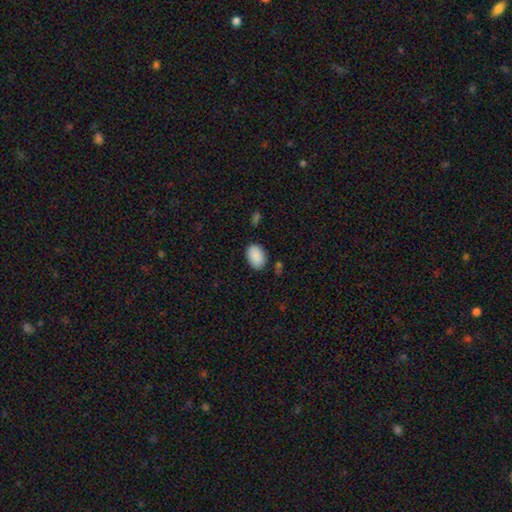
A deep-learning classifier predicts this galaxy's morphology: smooth_or_featured: smooth (p=0.90) [alt: star or artifact p=0.07]
how_rounded: in between (p=0.86) [alt: round p=0.13]
merging: none (p=0.82) [alt: minor disturbance p=0.13]